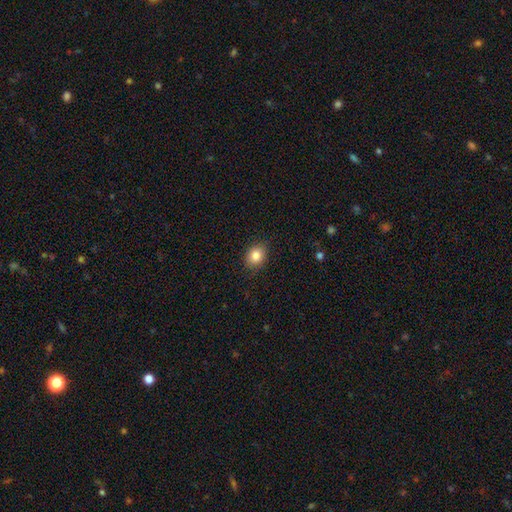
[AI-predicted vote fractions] smooth_or_featured: smooth (p=0.85) [alt: star or artifact p=0.09]
how_rounded: in between (p=0.54) [alt: round p=0.45]
merging: none (p=0.87) [alt: minor disturbance p=0.09]